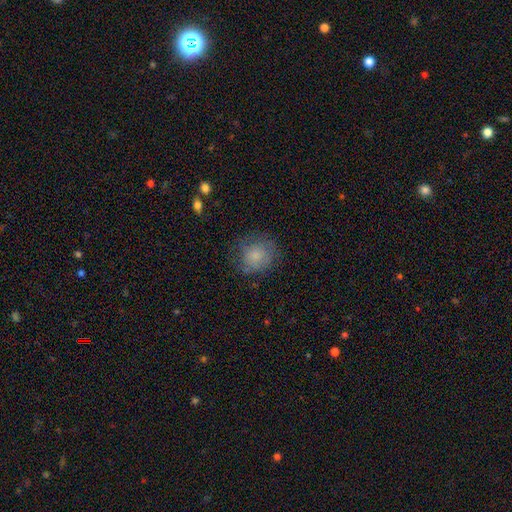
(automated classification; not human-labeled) Q: Smooth or featured?
A: smooth (78%); runner-up: featured or disk (13%)
Q: How rounded?
A: round (84%); runner-up: in between (15%)
Q: Merging?
A: none (67%); runner-up: minor disturbance (22%)